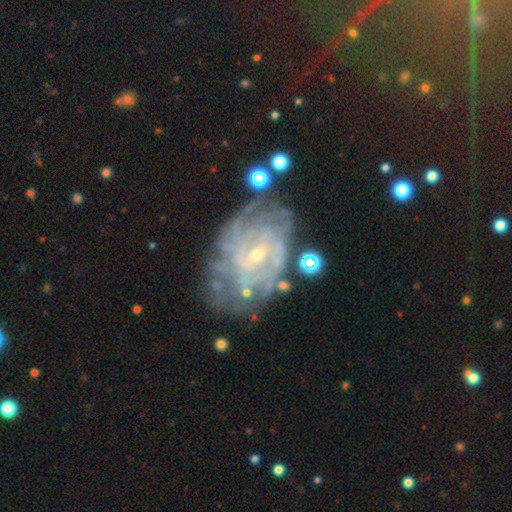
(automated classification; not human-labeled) smooth-or-featured: featured or disk: 83% | smooth: 9% | star or artifact: 8%
  disk-edge-on: no: 97% | yes: 3%
    bar: no: 45% | weak: 42% | strong: 13%
    has-spiral-arms: yes: 86% | no: 14%
      spiral-winding: tight: 63% | medium: 28% | loose: 10%
      spiral-arm-count: can't tell: 49% | 4: 13% | 2: 12% | more than 4: 10% | 3: 10% | 1: 5%
    bulge-size: small: 82% | moderate: 13% | none: 3% | large: 1% | dominant: 1%
  merging: none: 62% | minor disturbance: 22% | major disturbance: 13% | merger: 4%